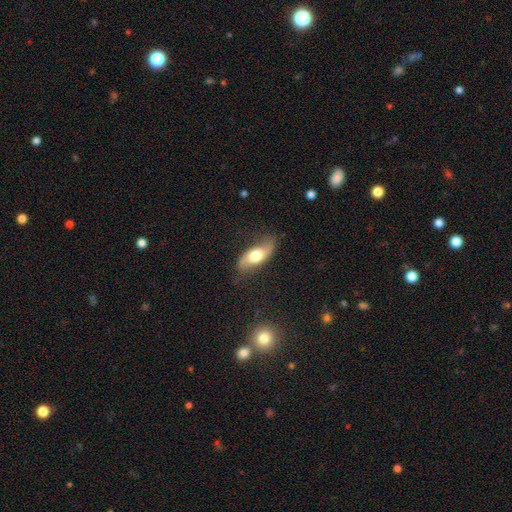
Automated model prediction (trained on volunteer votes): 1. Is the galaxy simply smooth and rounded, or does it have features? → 53% featured or disk, 41% smooth, 6% star or artifact.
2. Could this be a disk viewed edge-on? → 79% no, 21% yes.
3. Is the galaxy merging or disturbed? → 71% none, 21% minor disturbance, 6% major disturbance, 2% merger.